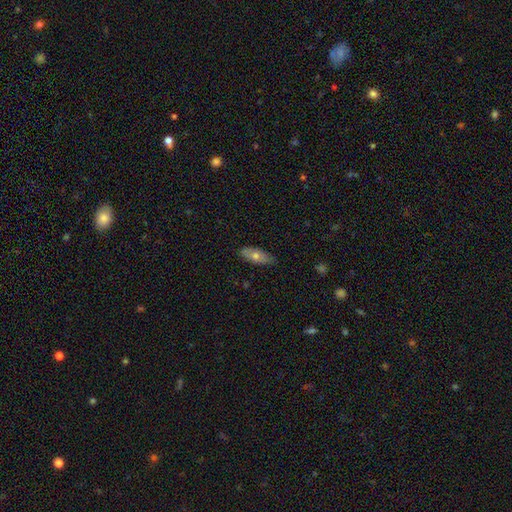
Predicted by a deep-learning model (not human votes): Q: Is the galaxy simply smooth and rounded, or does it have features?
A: smooth — 58%.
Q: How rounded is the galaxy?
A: in between — 74%.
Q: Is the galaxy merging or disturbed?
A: none — 82%.